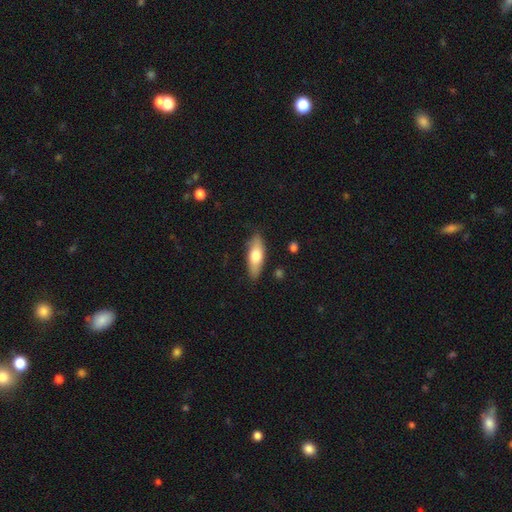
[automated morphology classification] Smooth or featured? Predicted: smooth (p=0.68). How rounded? Predicted: in between (p=0.65). Merging? Predicted: none (p=0.84).